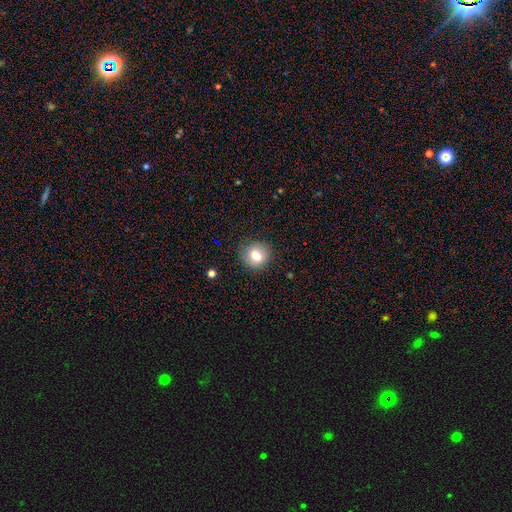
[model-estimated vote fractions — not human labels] smooth-or-featured: smooth: 79% | featured or disk: 11% | star or artifact: 10%
  how-rounded: round: 83% | in between: 16% | cigar-shaped: 1%
  merging: none: 86% | minor disturbance: 10% | major disturbance: 3% | merger: 1%